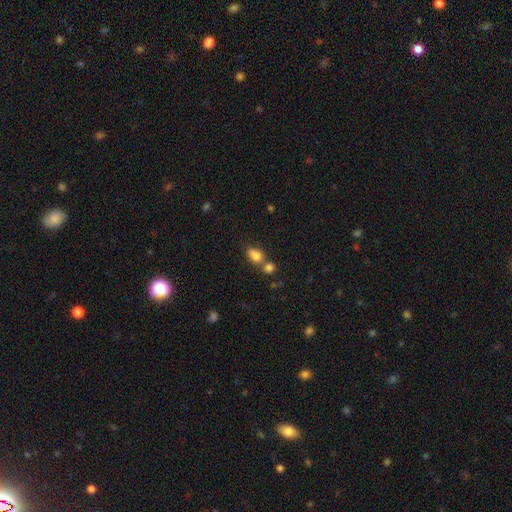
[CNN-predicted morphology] Smooth or featured? smooth (83%)
How rounded? in between (77%)
Merging? none (42%)